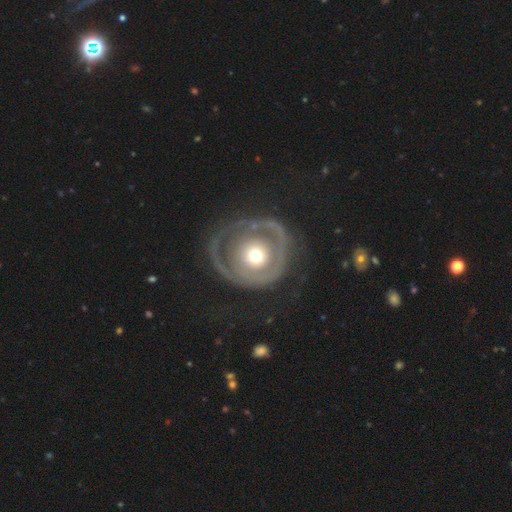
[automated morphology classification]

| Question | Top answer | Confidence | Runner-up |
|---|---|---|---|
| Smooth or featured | featured or disk | 66% | smooth (29%) |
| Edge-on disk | no | 96% | yes (4%) |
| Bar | no | 87% | weak (9%) |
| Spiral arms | no | 56% | yes (44%) |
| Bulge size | moderate | 62% | small (22%) |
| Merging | none | 54% | major disturbance (24%) |